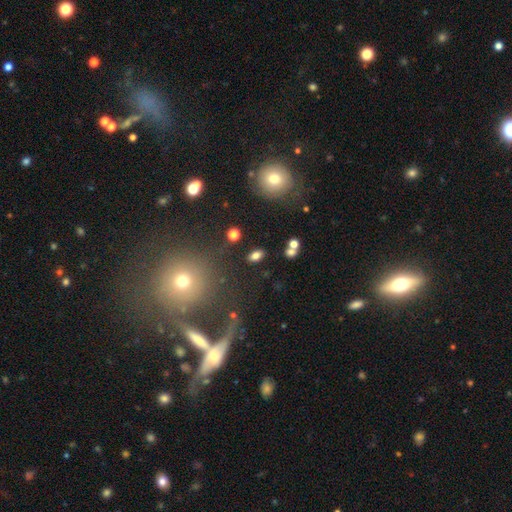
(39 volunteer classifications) smooth-or-featured: smooth: 95% | star or artifact: 5% | featured or disk: 0%
  how-rounded: in between: 95% | round: 5% | cigar-shaped: 0%
  merging: none: 92% | minor disturbance: 8% | major disturbance: 0% | merger: 0%